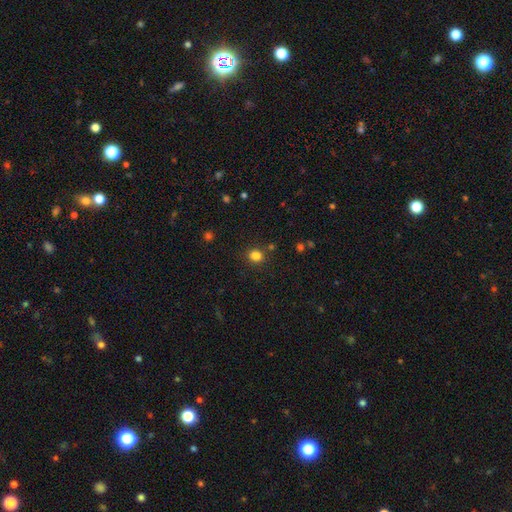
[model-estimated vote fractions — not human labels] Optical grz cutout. It shows a smooth galaxy with no disk features (82%) that is round (82%). Merging: none (85%).